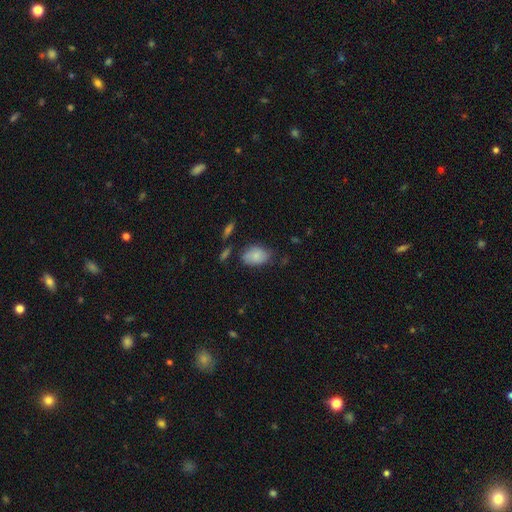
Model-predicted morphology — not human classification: A smooth galaxy with no disk features (83%) that is in between round and cigar-shaped (85%). Merging: none (63%).